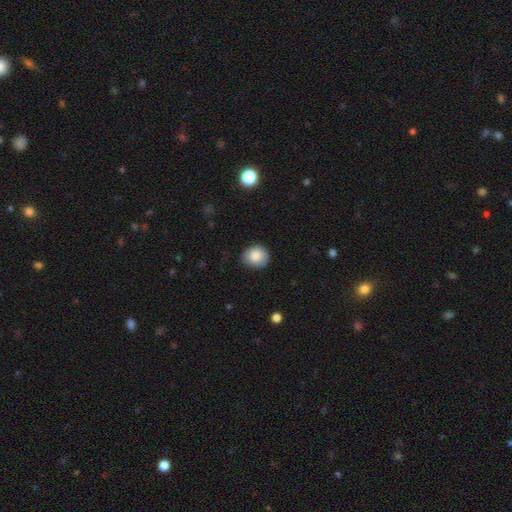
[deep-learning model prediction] smooth-or-featured: smooth: 86% | star or artifact: 8% | featured or disk: 7%
  how-rounded: round: 82% | in between: 17% | cigar-shaped: 1%
  merging: none: 80% | minor disturbance: 15% | major disturbance: 3% | merger: 1%